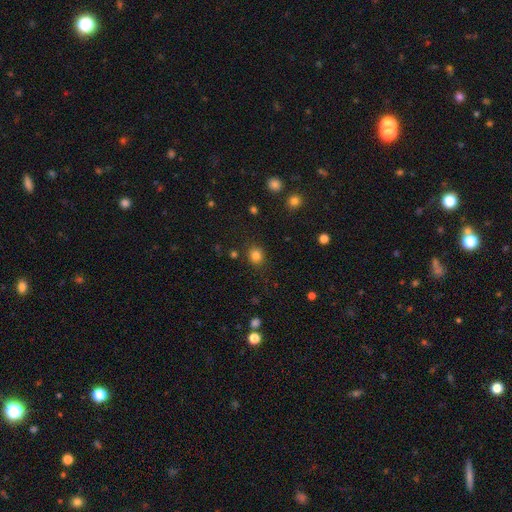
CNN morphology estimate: smooth_or_featured: smooth (p=0.82) [alt: star or artifact p=0.13]
how_rounded: round (p=0.78) [alt: in between p=0.21]
merging: none (p=0.85) [alt: minor disturbance p=0.09]